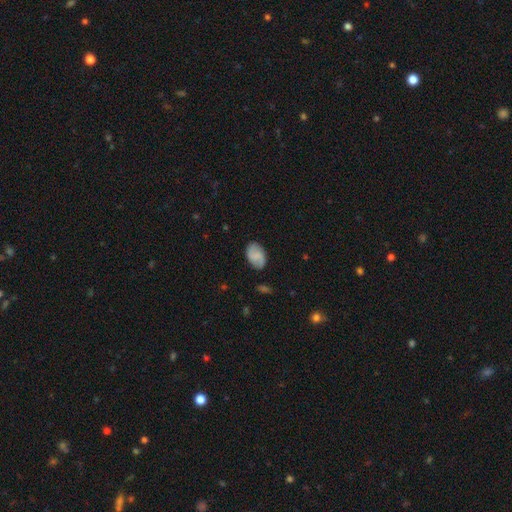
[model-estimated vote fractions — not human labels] smooth-or-featured: smooth: 57% | featured or disk: 35% | star or artifact: 8%
  how-rounded: in between: 86% | round: 12% | cigar-shaped: 1%
  merging: none: 81% | minor disturbance: 15% | major disturbance: 3% | merger: 1%